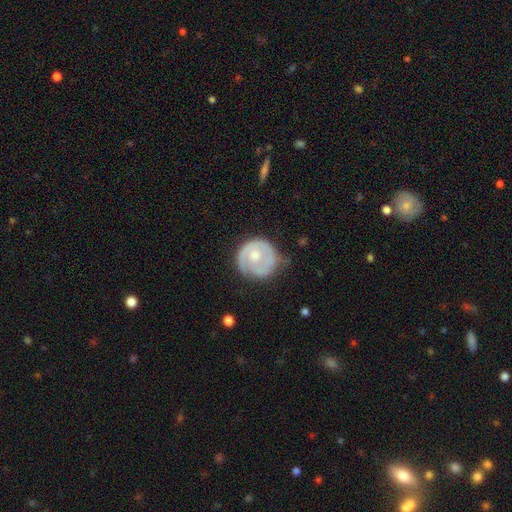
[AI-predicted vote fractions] This appears to be a featured or disk galaxy (55%) with no bar (81%), spiral arms (55%) and a moderate central bulge (61%). Merging: none (55%).